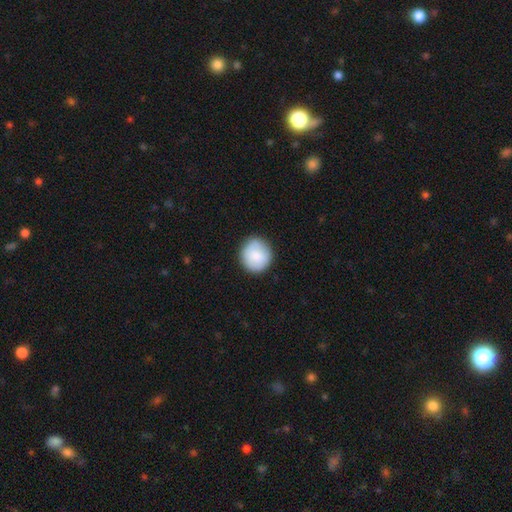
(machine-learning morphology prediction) smooth 82%, featured or disk 12%, star or artifact 6%. Down the decision tree: how rounded — round (91%); merging — none (86%).